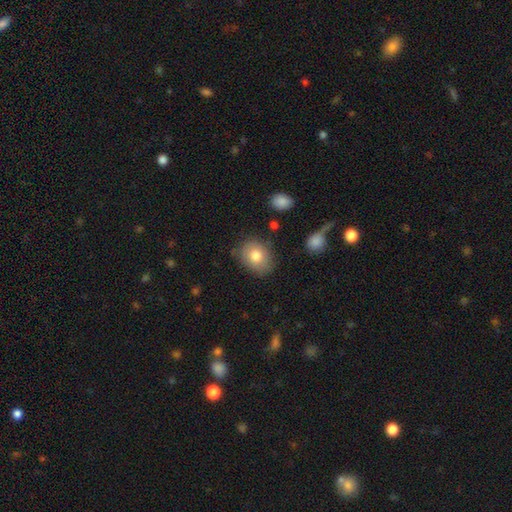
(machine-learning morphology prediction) smooth_or_featured: smooth (p=0.78) [alt: featured or disk p=0.14]
how_rounded: round (p=0.52) [alt: in between p=0.47]
merging: none (p=0.77) [alt: minor disturbance p=0.16]